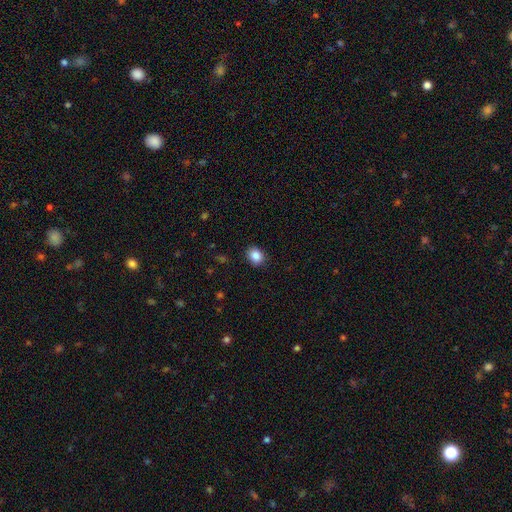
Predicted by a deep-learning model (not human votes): This is clearly a smooth galaxy (87%). How rounded: possibly round (52%). Merging: clearly none (89%).